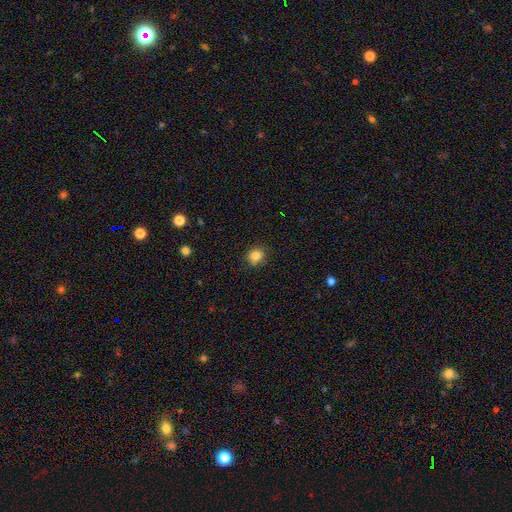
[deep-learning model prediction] Q: Smooth or featured?
A: smooth (83%); runner-up: star or artifact (11%)
Q: How rounded?
A: round (74%); runner-up: in between (25%)
Q: Merging?
A: none (81%); runner-up: minor disturbance (14%)